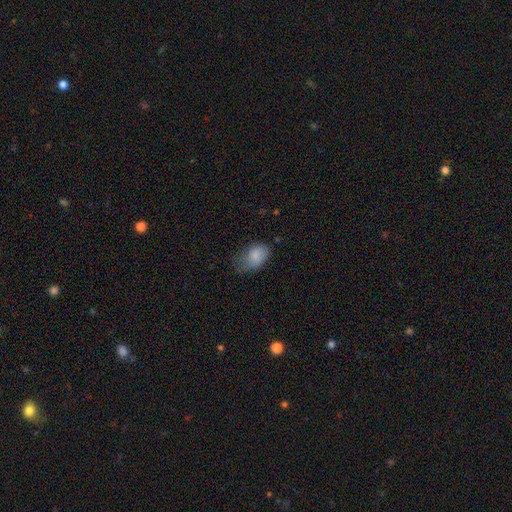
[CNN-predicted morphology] This is clearly a smooth galaxy (83%). How rounded: clearly in between (86%). Merging: marginally minor disturbance (40%, tied with none).